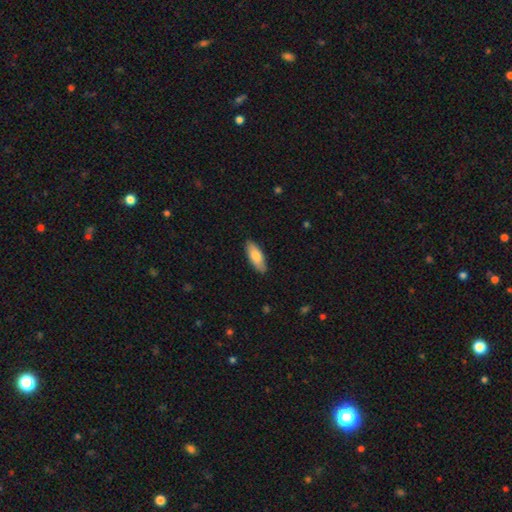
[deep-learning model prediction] smooth-or-featured: smooth: 80% | featured or disk: 15% | star or artifact: 5%
  how-rounded: in between: 76% | cigar-shaped: 22% | round: 2%
  merging: none: 88% | minor disturbance: 9% | major disturbance: 2% | merger: 1%